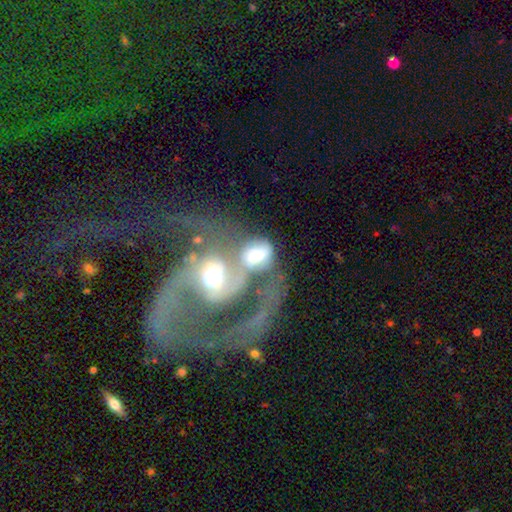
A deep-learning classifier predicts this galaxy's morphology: smooth_or_featured: featured or disk (p=0.57) [alt: smooth p=0.33]
disk_edge_on: no (p=0.95) [alt: yes p=0.05]
bar: no (p=0.57) [alt: weak p=0.27]
has_spiral_arms: yes (p=0.65) [alt: no p=0.35]
bulge_size: moderate (p=0.55) [alt: large p=0.24]
merging: merger (p=0.71) [alt: major disturbance p=0.16]